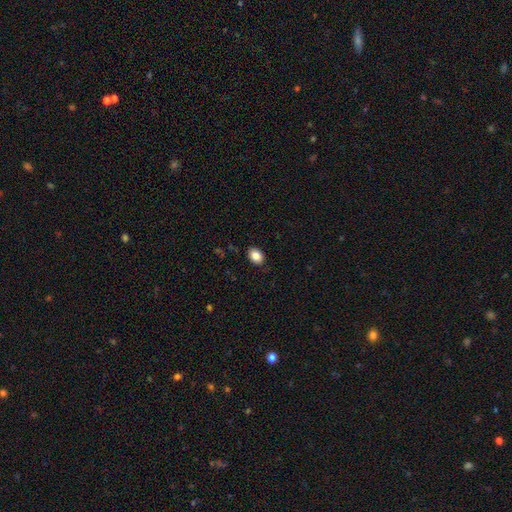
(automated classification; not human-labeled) Overall: smooth (86%). How rounded: in between (75%). Merging: none (88%).